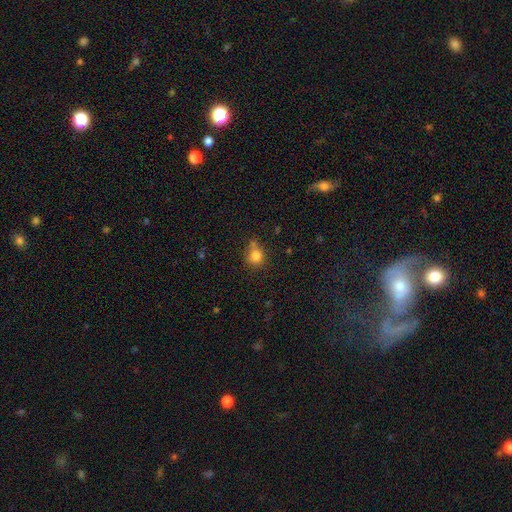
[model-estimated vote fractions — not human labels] Q: Smooth or featured?
A: smooth (81%); runner-up: star or artifact (12%)
Q: How rounded?
A: round (76%); runner-up: in between (23%)
Q: Merging?
A: none (56%); runner-up: minor disturbance (21%)